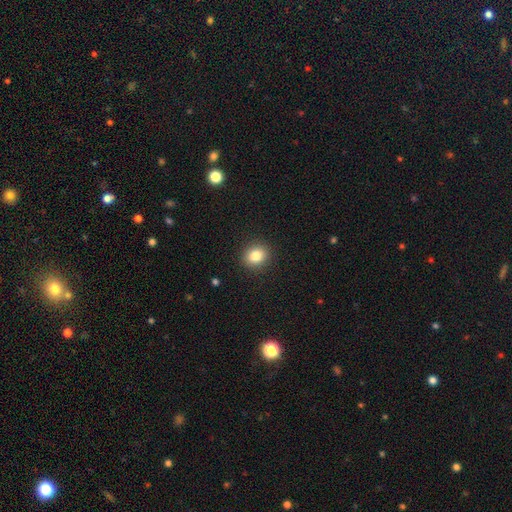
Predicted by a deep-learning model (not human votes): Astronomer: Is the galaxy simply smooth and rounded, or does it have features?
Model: smooth — 83%.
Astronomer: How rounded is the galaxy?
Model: round — 68%.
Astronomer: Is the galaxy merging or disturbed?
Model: none — 90%.